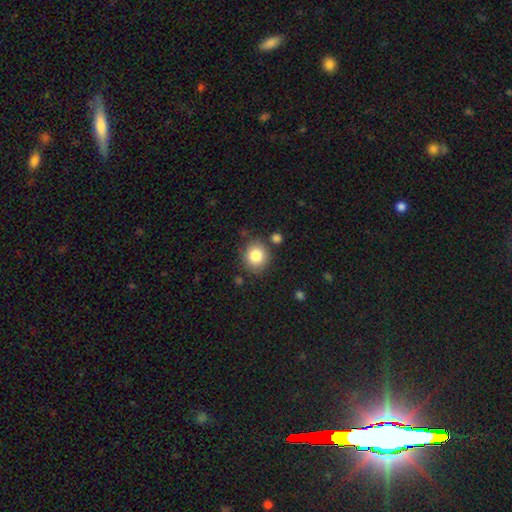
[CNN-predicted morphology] smooth 83%, star or artifact 9%, featured or disk 7%. Down the decision tree: how rounded — round (82%); merging — none (81%).